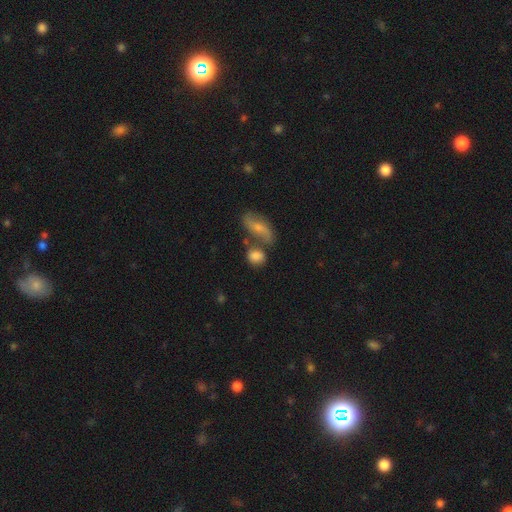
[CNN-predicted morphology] This appears to be a smooth galaxy with no disk features (71%) that is in between round and cigar-shaped (54%). Merging: none (46%).